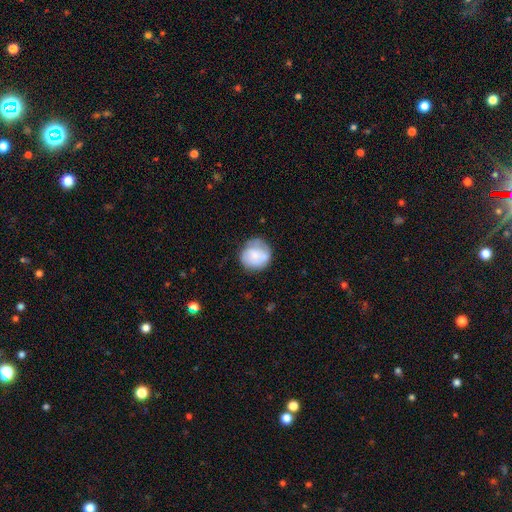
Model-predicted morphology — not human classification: This appears to be a smooth galaxy with no disk features (67%) that is round (85%). Merging: none (64%).